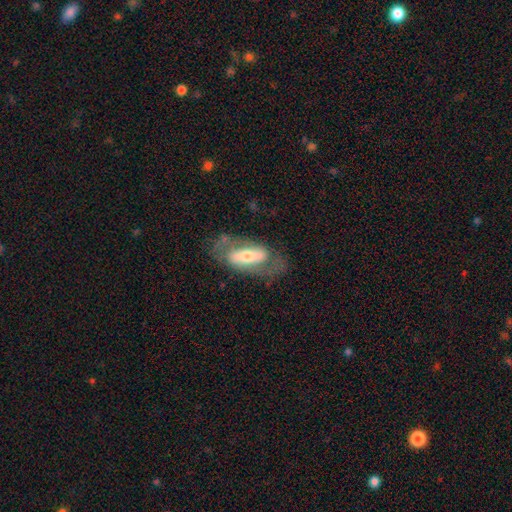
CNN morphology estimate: This appears to be a featured or disk galaxy (64%) with no bar (45%), spiral arms (61%) and a moderate central bulge (52%). Merging: none (78%).